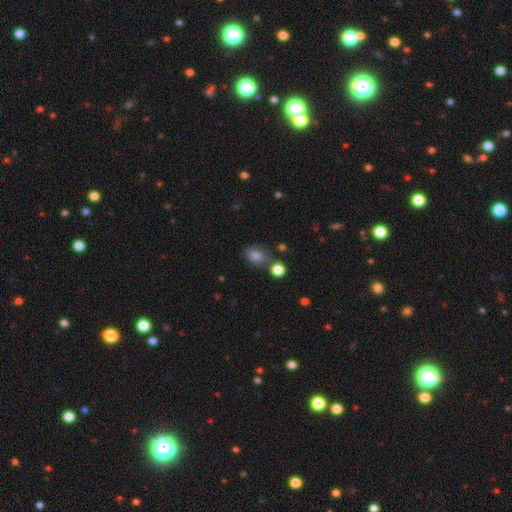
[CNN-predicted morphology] Smooth or featured: smooth — 77% (star or artifact — 14%)
How rounded: in between — 66% (round — 33%)
Merging: none — 60% (minor disturbance — 20%)